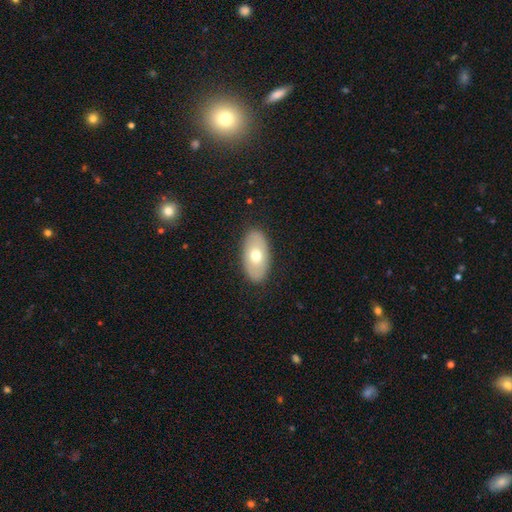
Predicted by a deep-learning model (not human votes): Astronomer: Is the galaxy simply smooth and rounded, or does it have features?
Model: smooth — 60%.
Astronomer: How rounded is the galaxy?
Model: in between — 93%.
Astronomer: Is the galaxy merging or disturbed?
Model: none — 88%.